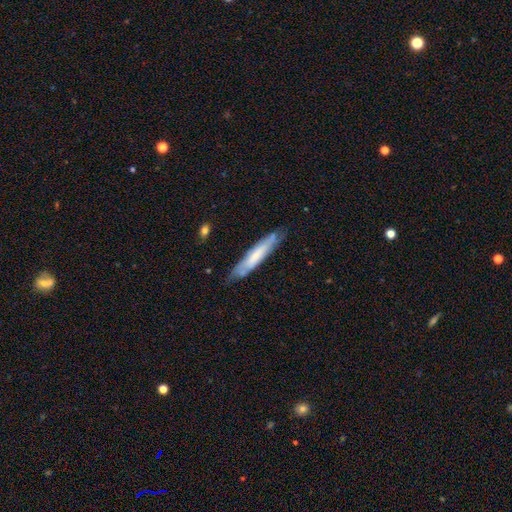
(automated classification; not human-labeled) Q: Smooth or featured?
A: smooth (55%); runner-up: featured or disk (39%)
Q: How rounded?
A: cigar-shaped (89%); runner-up: in between (10%)
Q: Merging?
A: none (78%); runner-up: minor disturbance (17%)